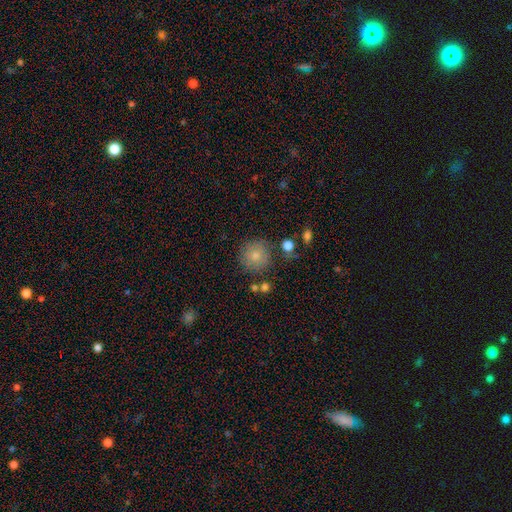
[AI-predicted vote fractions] smooth 79%, featured or disk 11%, star or artifact 9%. Down the decision tree: how rounded — round (94%); merging — none (79%).